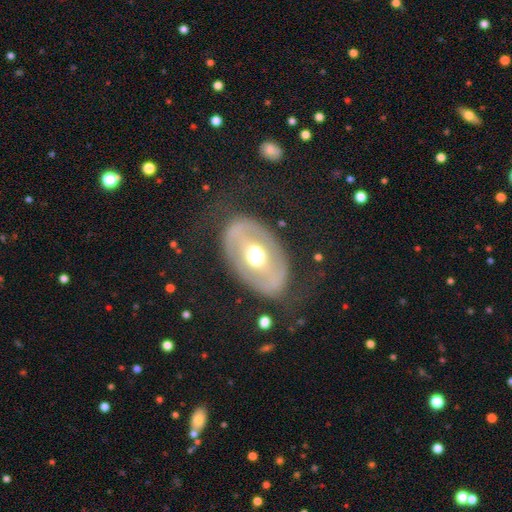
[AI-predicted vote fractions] Smooth or featured? Predicted: featured or disk (p=0.66). Edge-on disk? Predicted: no (p=0.92). Bar? Predicted: no (p=0.53). Spiral arms? Predicted: no (p=0.67). Bulge size? Predicted: moderate (p=0.67). Merging? Predicted: none (p=0.70).